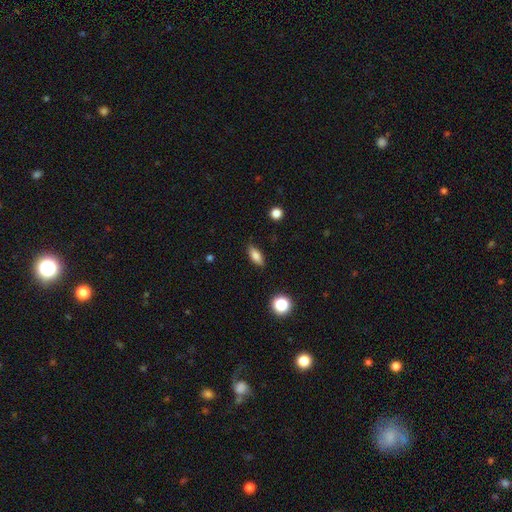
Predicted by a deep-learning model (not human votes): Q: Smooth or featured?
A: smooth (78%); runner-up: featured or disk (13%)
Q: How rounded?
A: in between (71%); runner-up: cigar-shaped (23%)
Q: Merging?
A: none (84%); runner-up: minor disturbance (12%)